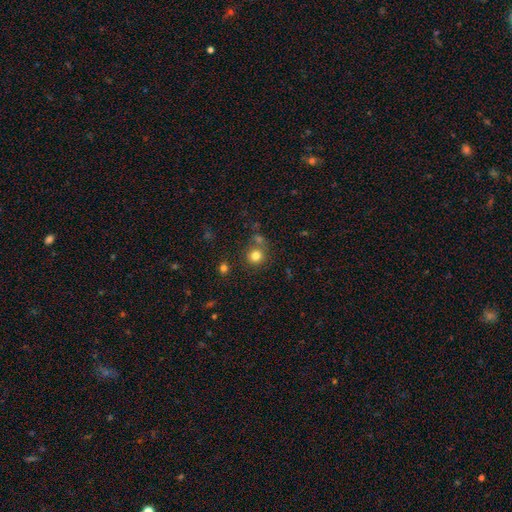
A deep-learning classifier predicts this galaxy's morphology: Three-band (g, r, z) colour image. It shows a smooth galaxy with no disk features (80%) that is round (92%). Merging: none (73%).